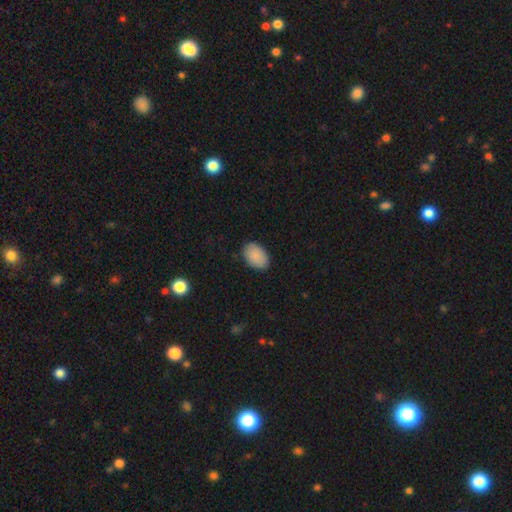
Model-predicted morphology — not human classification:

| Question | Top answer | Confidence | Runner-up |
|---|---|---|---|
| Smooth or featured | smooth | 89% | star or artifact (6%) |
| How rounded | in between | 89% | round (10%) |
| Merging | none | 87% | minor disturbance (10%) |